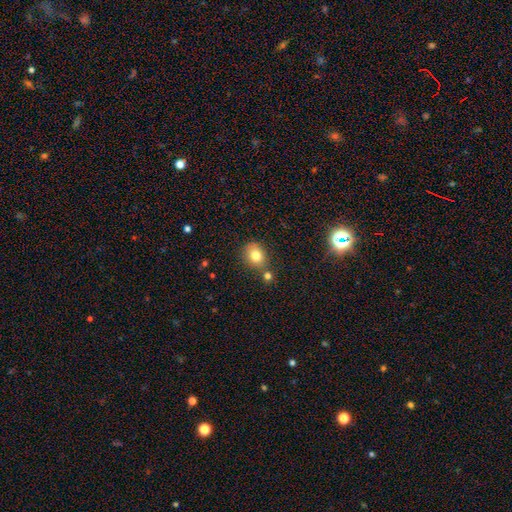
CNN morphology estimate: Smooth or featured? Predicted: smooth (p=0.79). How rounded? Predicted: round (p=0.55). Merging? Predicted: none (p=0.67).